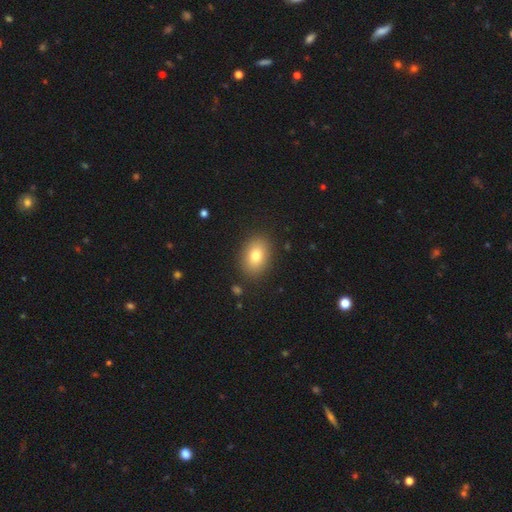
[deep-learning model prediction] Smooth or featured? Predicted: smooth (p=0.80). How rounded? Predicted: in between (p=0.78). Merging? Predicted: none (p=0.88).